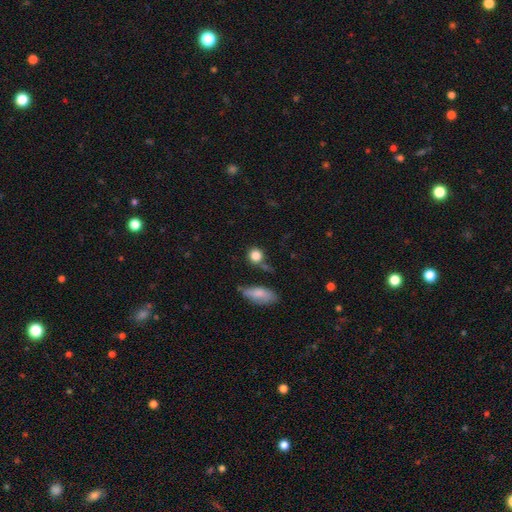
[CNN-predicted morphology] This appears to be a smooth galaxy with no disk features (83%) that is round (83%). Merging: none (66%).